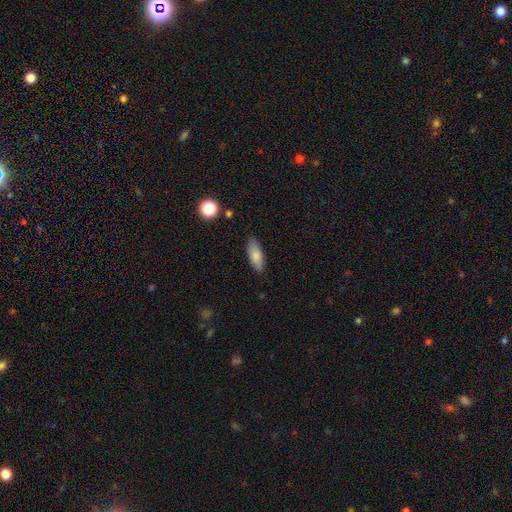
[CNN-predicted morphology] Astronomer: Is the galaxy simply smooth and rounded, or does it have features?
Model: smooth — 83%.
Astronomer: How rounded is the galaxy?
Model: in between — 74%.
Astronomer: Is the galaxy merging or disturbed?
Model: none — 84%.